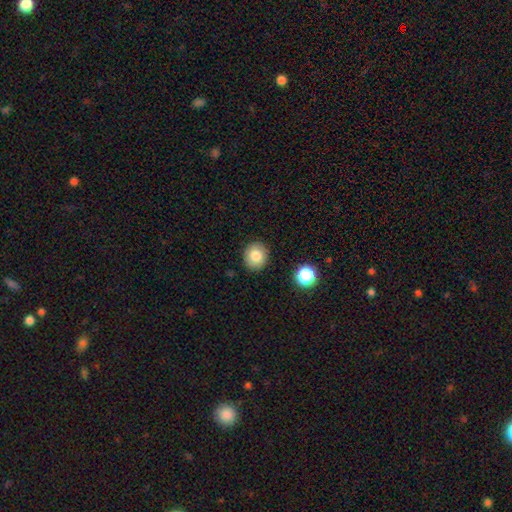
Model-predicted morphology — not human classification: The model was most divided on "how rounded": round: 81%, in between: 18%, cigar-shaped: 1%. More confident: merging — none (90%); smooth or featured — smooth (82%).